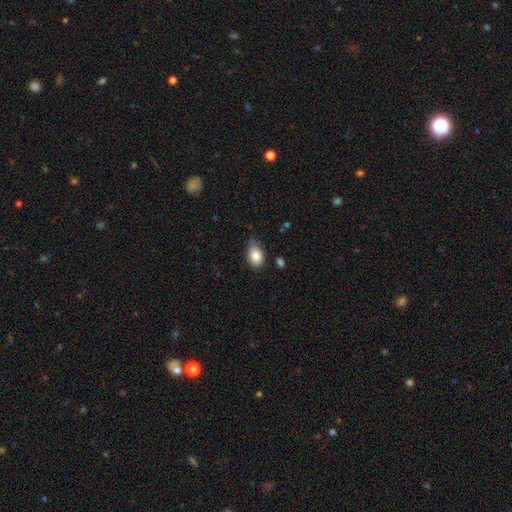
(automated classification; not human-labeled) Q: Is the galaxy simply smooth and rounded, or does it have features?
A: smooth — 84%.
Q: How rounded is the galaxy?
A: in between — 81%.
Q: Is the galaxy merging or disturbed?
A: none — 60%.